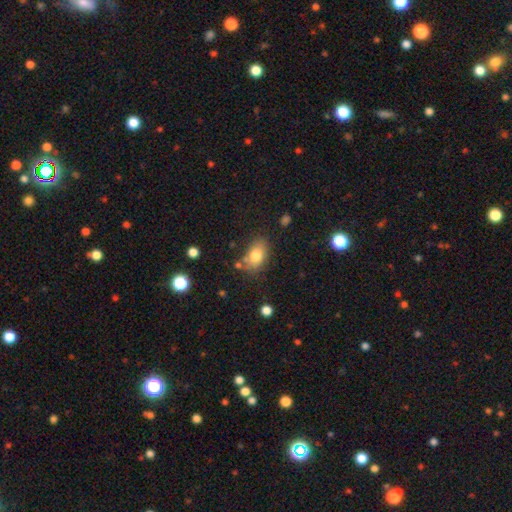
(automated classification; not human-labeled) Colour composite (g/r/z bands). It shows a smooth galaxy with no disk features (78%) that is in between round and cigar-shaped (81%). Merging: none (71%).